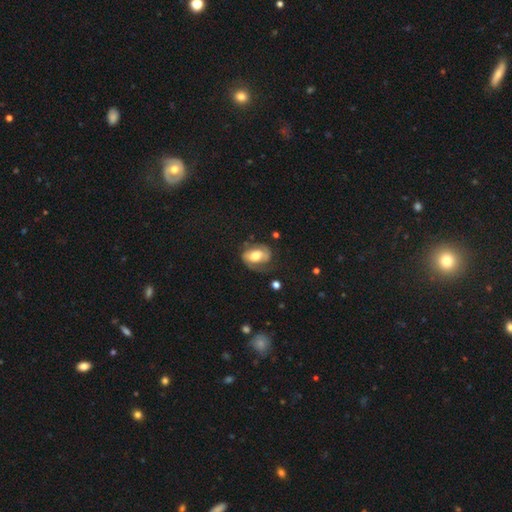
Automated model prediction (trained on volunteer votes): A featured or disk galaxy (56%) with no bar (47%), spiral arms (71%) and a moderate central bulge (54%).

Vote fractions:
- Smooth or featured? featured or disk: 56% / smooth: 38% / star or artifact: 7%
- Edge-on disk? no: 95% / yes: 5%
- Bar? no: 47% / weak: 32% / strong: 21%
- Spiral arms? yes: 71% / no: 29%
- Bulge size? moderate: 54% / large: 33% / small: 8% / dominant: 3% / none: 2%
- Merging? none: 53% / minor disturbance: 25% / major disturbance: 20% / merger: 2%